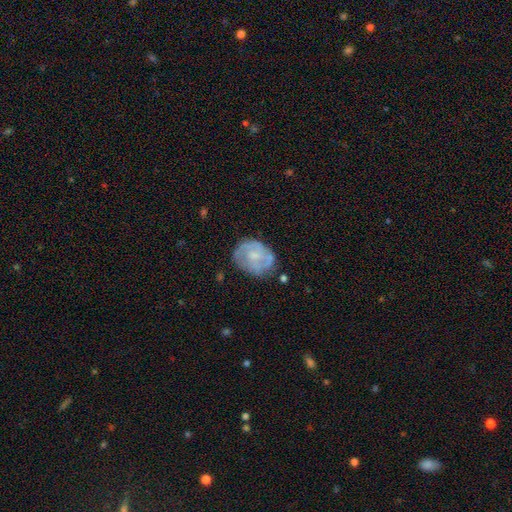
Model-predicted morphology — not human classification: This is likely a featured or disk galaxy (60%). It is clearly not viewed edge-on (97%). Bar: likely no (68%). Spiral arm pattern: likely yes (70%). Central bulge: marginally small (37%). Merging: likely none (66%).